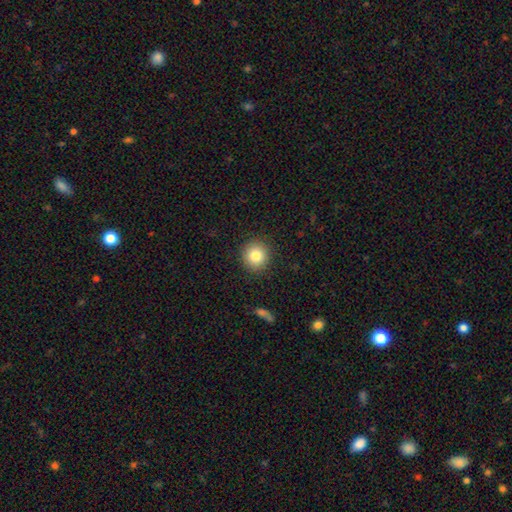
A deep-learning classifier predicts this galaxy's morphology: Smooth or featured: smooth — 83% (star or artifact — 10%)
How rounded: round — 91% (in between — 8%)
Merging: none — 91% (minor disturbance — 6%)